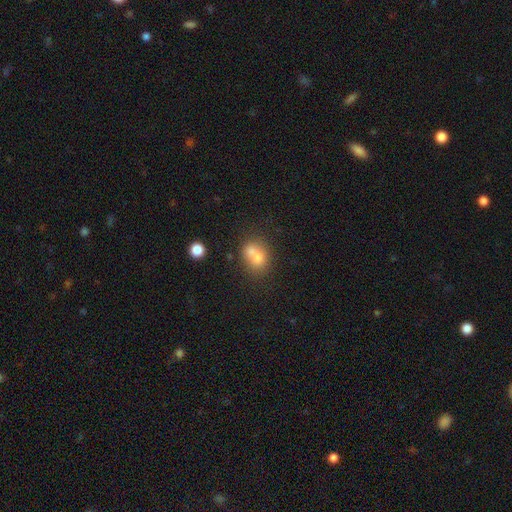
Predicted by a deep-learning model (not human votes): smooth_or_featured: smooth (p=0.71) [alt: featured or disk p=0.18]
how_rounded: in between (p=0.50) [alt: round p=0.49]
merging: merger (p=0.46) [alt: none p=0.35]